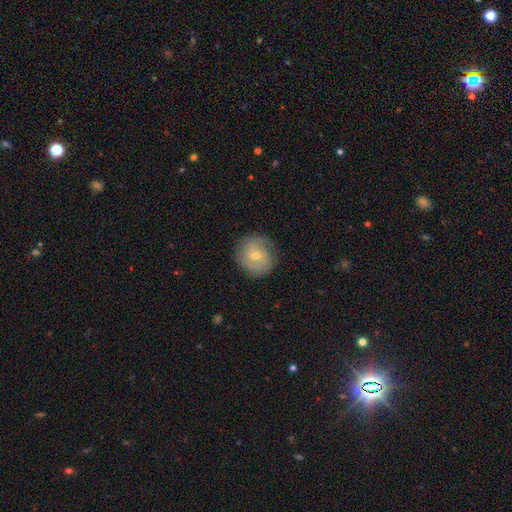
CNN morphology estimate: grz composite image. It shows a featured or disk galaxy (66%) with no bar (56%), 2 (53%) tight (55%) spiral arms (88%) and a moderate central bulge (50%). Merging: none (80%).